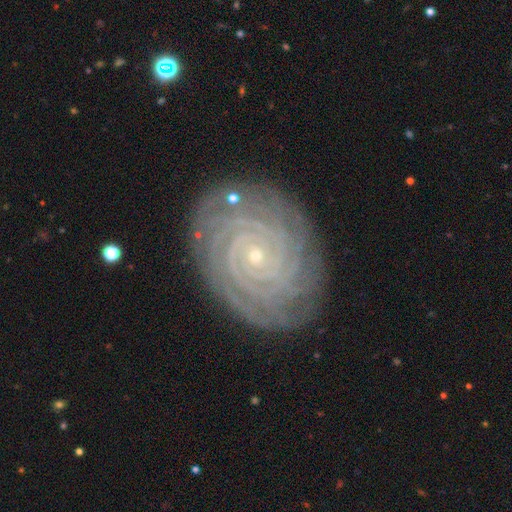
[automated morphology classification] smooth-or-featured: featured or disk: 91% | star or artifact: 5% | smooth: 4%
  disk-edge-on: no: 98% | yes: 2%
    bar: no: 79% | weak: 14% | strong: 7%
    has-spiral-arms: yes: 98% | no: 2%
      spiral-winding: tight: 92% | medium: 7% | loose: 1%
      spiral-arm-count: 4: 20% | more than 4: 19% | 2: 19% | can't tell: 18% | 3: 15% | 1: 9%
    bulge-size: small: 87% | moderate: 10% | none: 1% | large: 1% | dominant: 1%
  merging: none: 86% | minor disturbance: 11% | major disturbance: 3% | merger: 1%